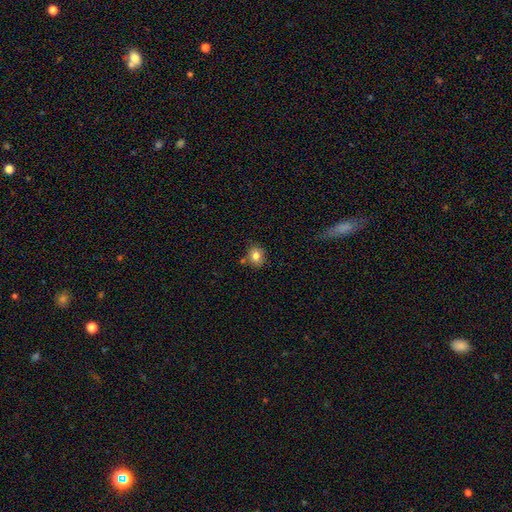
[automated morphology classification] Smooth or featured?
  - smooth: 81% *
  - star or artifact: 10%
  - featured or disk: 9%
How rounded?
  - round: 69% *
  - in between: 30%
  - cigar-shaped: 1%
Merging?
  - none: 75% *
  - minor disturbance: 14%
  - merger: 8%
  - major disturbance: 3%